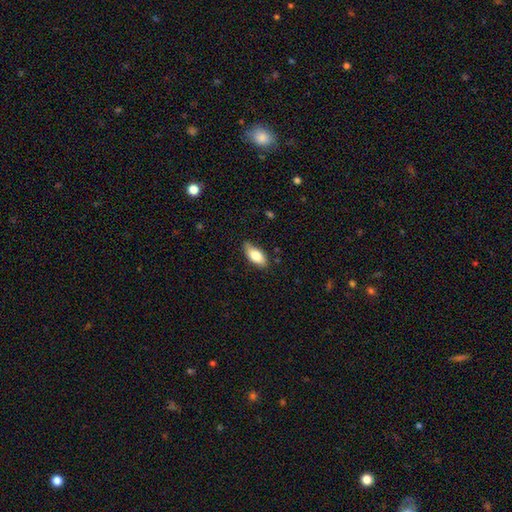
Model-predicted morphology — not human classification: A smooth galaxy with no disk features (78%) that is in between round and cigar-shaped (87%).

Vote fractions:
- Smooth or featured? smooth: 78% / featured or disk: 15% / star or artifact: 7%
- How rounded? in between: 87% / cigar-shaped: 11% / round: 3%
- Merging? none: 79% / minor disturbance: 17% / major disturbance: 3% / merger: 1%